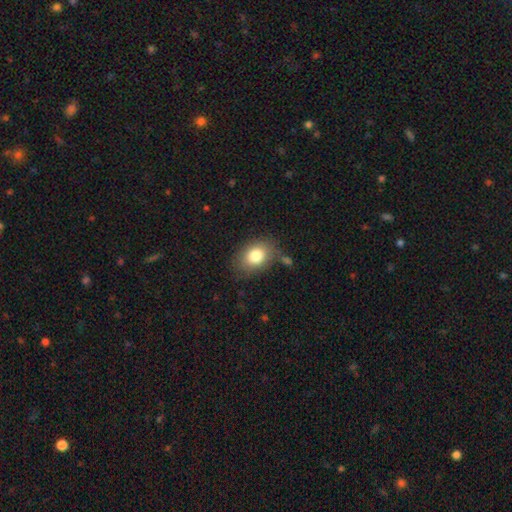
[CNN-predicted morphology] smooth_or_featured: smooth (p=0.81) [alt: featured or disk p=0.10]
how_rounded: in between (p=0.72) [alt: round p=0.27]
merging: none (p=0.73) [alt: minor disturbance p=0.17]